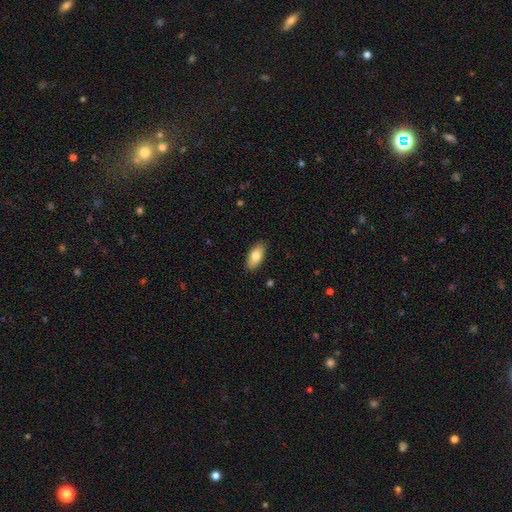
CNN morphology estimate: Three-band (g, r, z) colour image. It shows a smooth galaxy with no disk features (76%) that is in between round and cigar-shaped (90%). Merging: none (88%).